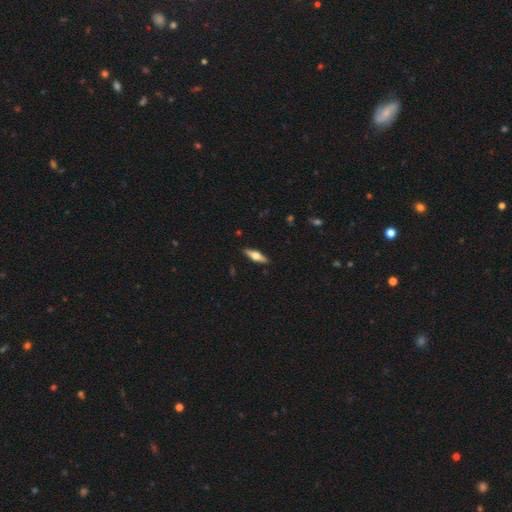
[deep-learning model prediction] Smooth or featured?
  - featured or disk: 60% *
  - smooth: 34%
  - star or artifact: 6%
Edge-on disk?
  - yes: 94% *
  - no: 6%
Edge-on bulge?
  - rounded: 95% *
  - boxy: 4%
  - none: 2%
Merging?
  - none: 90% *
  - minor disturbance: 7%
  - major disturbance: 2%
  - merger: 1%